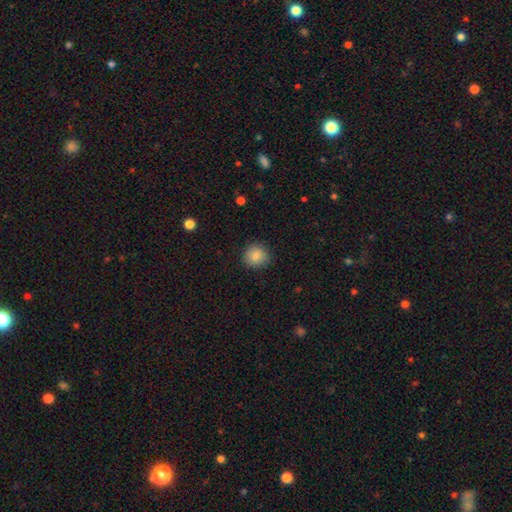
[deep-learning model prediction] A smooth galaxy with no disk features (86%) that is round (90%).

Vote fractions:
- Smooth or featured? smooth: 86% / star or artifact: 9% / featured or disk: 5%
- How rounded? round: 90% / in between: 9% / cigar-shaped: 1%
- Merging? none: 88% / minor disturbance: 9% / major disturbance: 2% / merger: 1%